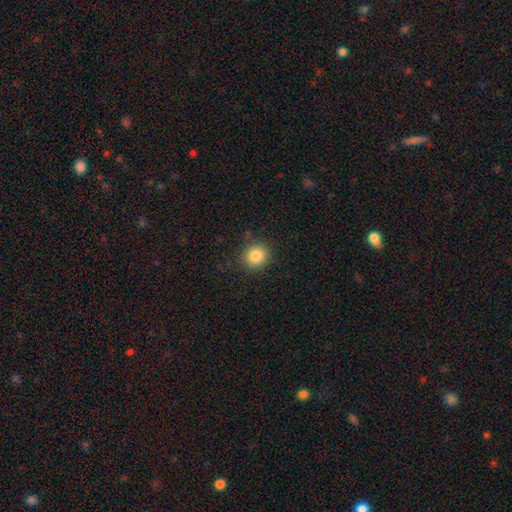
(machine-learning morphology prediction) smooth 84%, star or artifact 10%, featured or disk 6%. Down the decision tree: how rounded — round (85%); merging — none (87%).